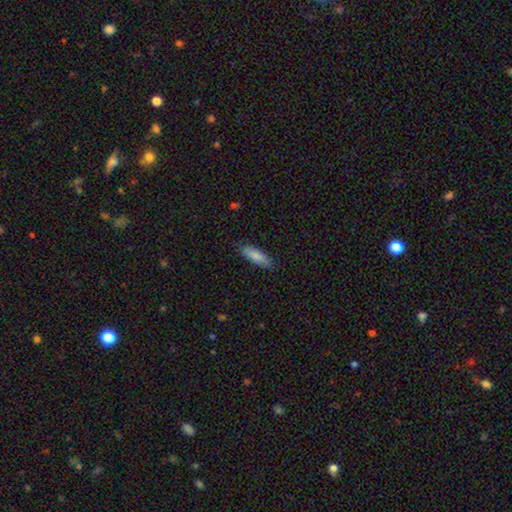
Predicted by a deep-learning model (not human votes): smooth 82%, featured or disk 12%, star or artifact 6%. Down the decision tree: how rounded — in between (53%); merging — none (81%).